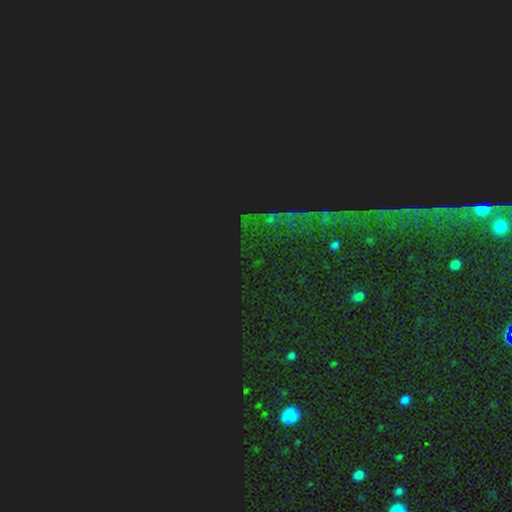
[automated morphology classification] A star or artifact, not a galaxy (87%).

Vote fractions:
- Smooth or featured? star or artifact: 87% / smooth: 7% / featured or disk: 6%